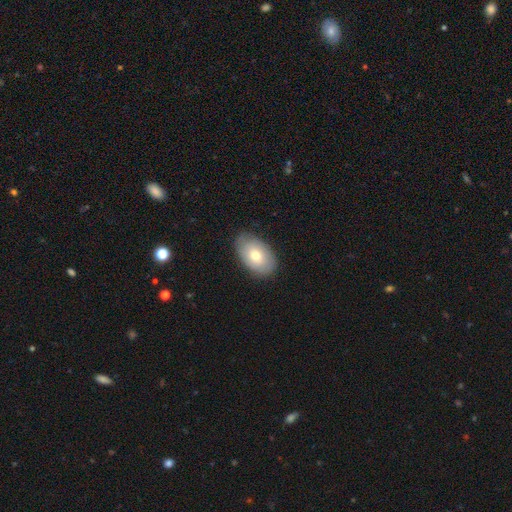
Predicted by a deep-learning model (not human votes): Overall: smooth (71%). How rounded: in between (91%). Merging: none (82%).